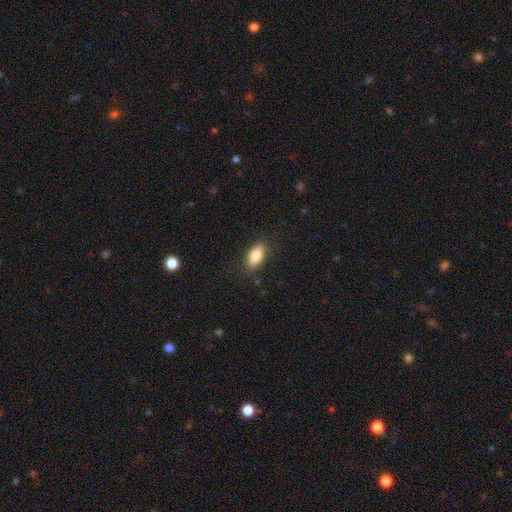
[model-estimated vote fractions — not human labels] smooth_or_featured: smooth (p=0.83) [alt: featured or disk p=0.10]
how_rounded: in between (p=0.84) [alt: cigar-shaped p=0.12]
merging: none (p=0.85) [alt: minor disturbance p=0.11]